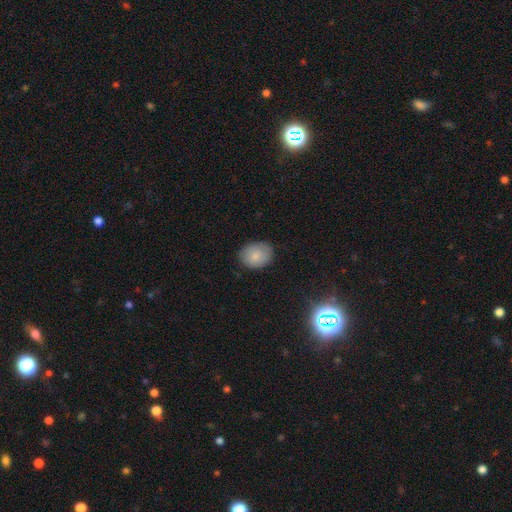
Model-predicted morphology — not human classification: The model was most divided on "how rounded": in between: 57%, round: 42%, cigar-shaped: 1%. More confident: smooth or featured — smooth (82%); merging — none (81%).